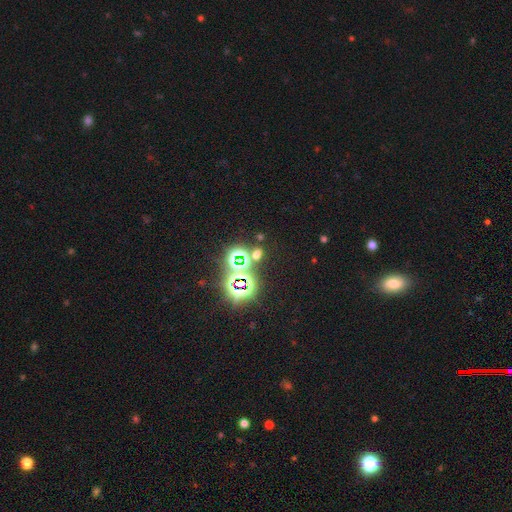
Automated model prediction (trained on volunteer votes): Smooth or featured: star or artifact — 63% (smooth — 29%)